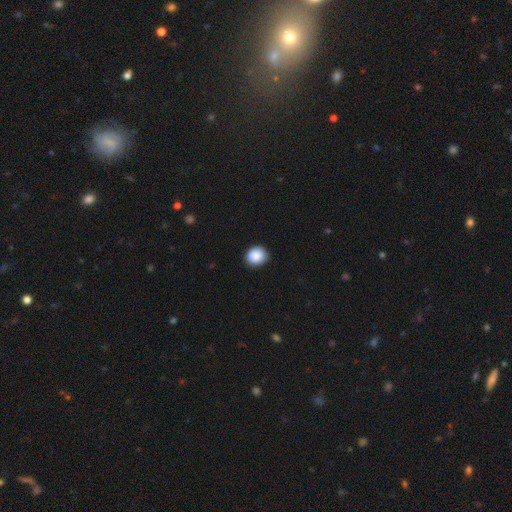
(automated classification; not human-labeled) Smooth or featured?
  - smooth: 89% *
  - star or artifact: 8%
  - featured or disk: 3%
How rounded?
  - round: 76% *
  - in between: 24%
  - cigar-shaped: 1%
Merging?
  - none: 82% *
  - minor disturbance: 15%
  - major disturbance: 2%
  - merger: 1%